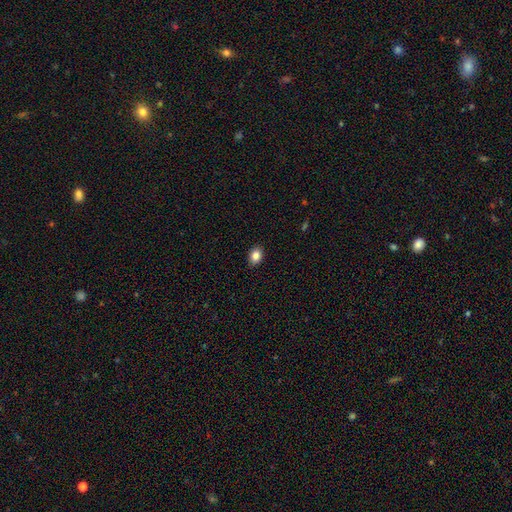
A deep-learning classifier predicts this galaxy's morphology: The model was most divided on "how rounded": in between: 72%, round: 26%, cigar-shaped: 1%. More confident: merging — none (90%); smooth or featured — smooth (85%).